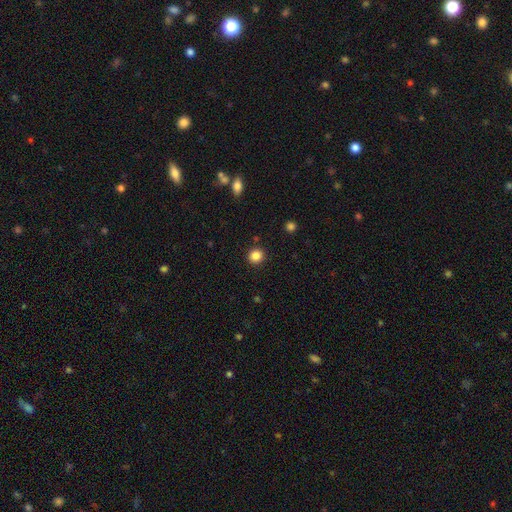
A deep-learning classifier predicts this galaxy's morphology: The model was most divided on "smooth or featured": smooth: 86%, star or artifact: 11%, featured or disk: 3%. More confident: merging — none (91%); how rounded — round (90%).